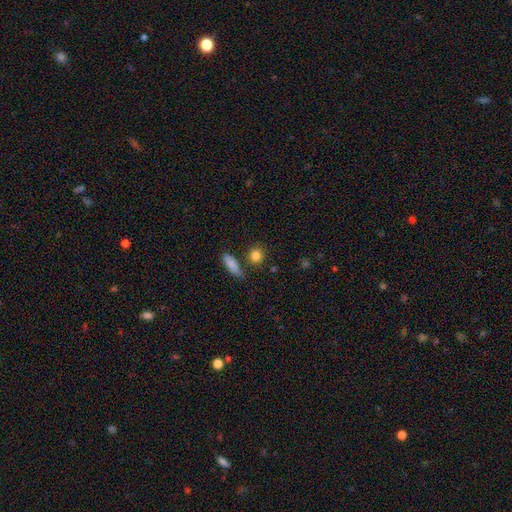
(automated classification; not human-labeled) The model was most divided on "how rounded": round: 77%, in between: 18%, cigar-shaped: 5%. More confident: smooth or featured — smooth (85%); merging — none (80%).